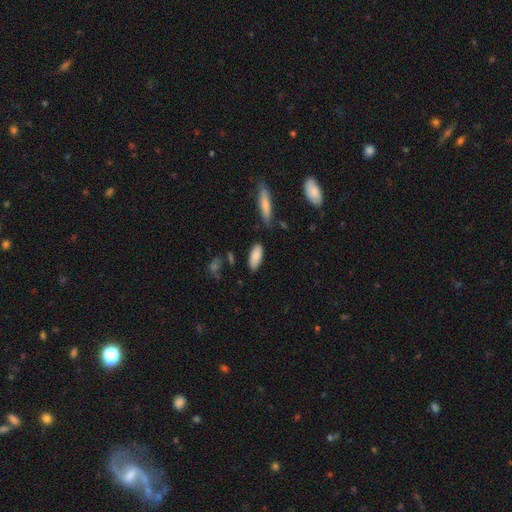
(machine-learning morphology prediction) Smooth or featured? Predicted: smooth (p=0.86). How rounded? Predicted: in between (p=0.77). Merging? Predicted: none (p=0.81).